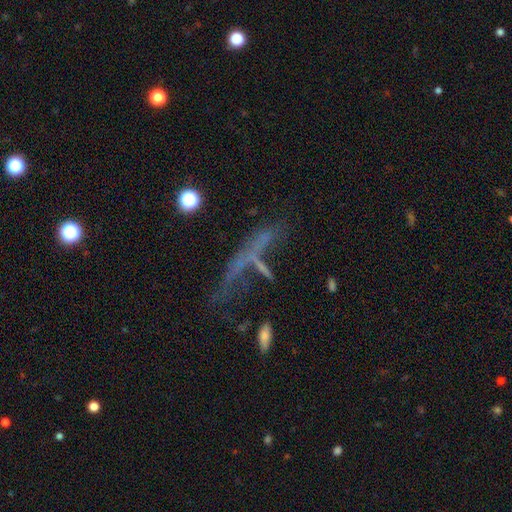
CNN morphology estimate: A featured or disk galaxy (41%). Merging: none (40%).